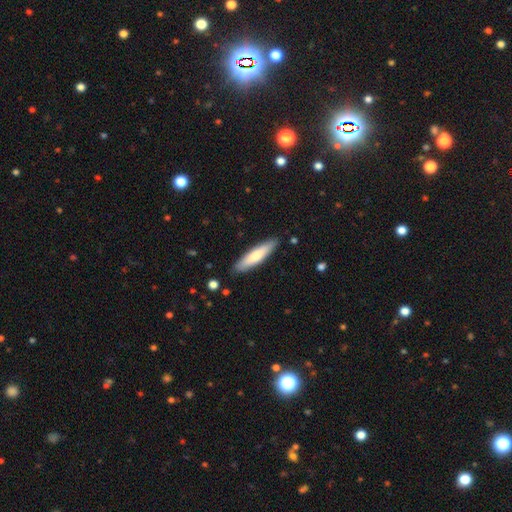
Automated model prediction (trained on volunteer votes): A smooth galaxy with no disk features (71%) that is cigar-shaped (74%). Merging: none (88%).